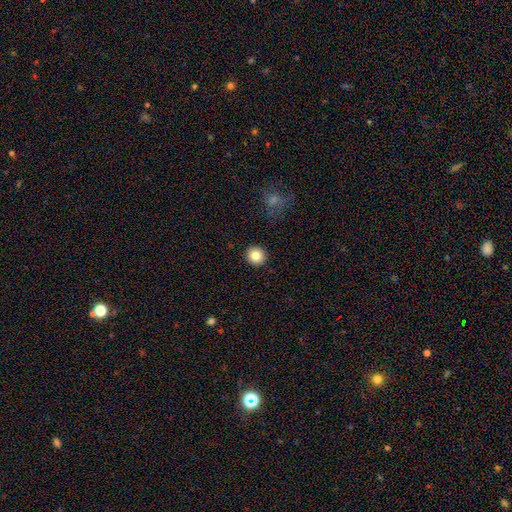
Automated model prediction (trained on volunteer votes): smooth_or_featured: smooth (p=0.83) [alt: star or artifact p=0.10]
how_rounded: round (p=0.93) [alt: in between p=0.06]
merging: none (p=0.92) [alt: minor disturbance p=0.05]